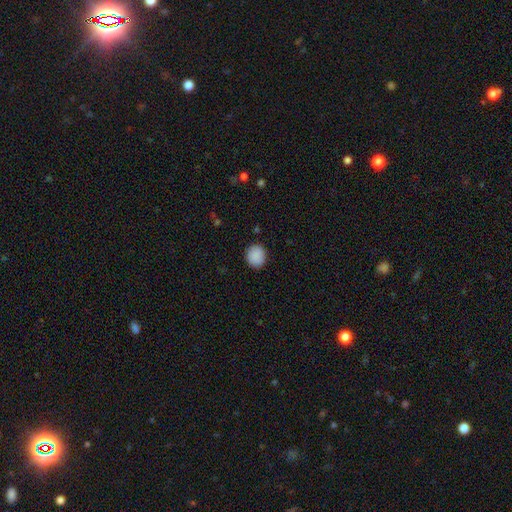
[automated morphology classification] smooth-or-featured: smooth: 89% | star or artifact: 8% | featured or disk: 3%
  how-rounded: round: 80% | in between: 19% | cigar-shaped: 1%
  merging: none: 88% | minor disturbance: 8% | major disturbance: 2% | merger: 1%